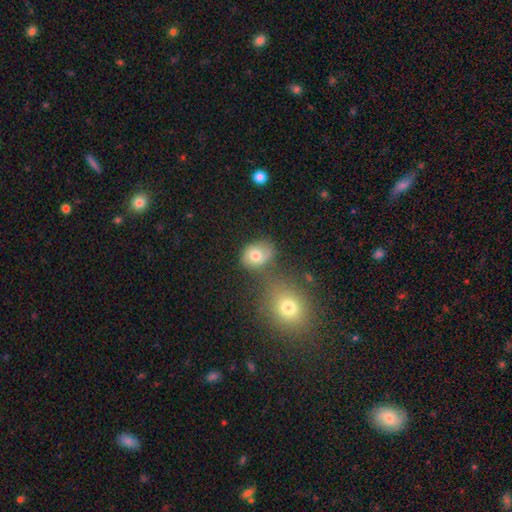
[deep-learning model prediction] smooth 72%, featured or disk 17%, star or artifact 11%. Down the decision tree: how rounded — round (53%); merging — none (54%).